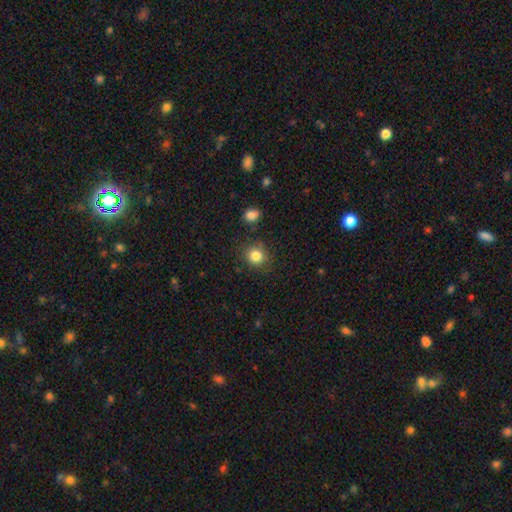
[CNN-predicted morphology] smooth_or_featured: smooth (p=0.83) [alt: star or artifact p=0.11]
how_rounded: round (p=0.83) [alt: in between p=0.16]
merging: none (p=0.83) [alt: minor disturbance p=0.10]